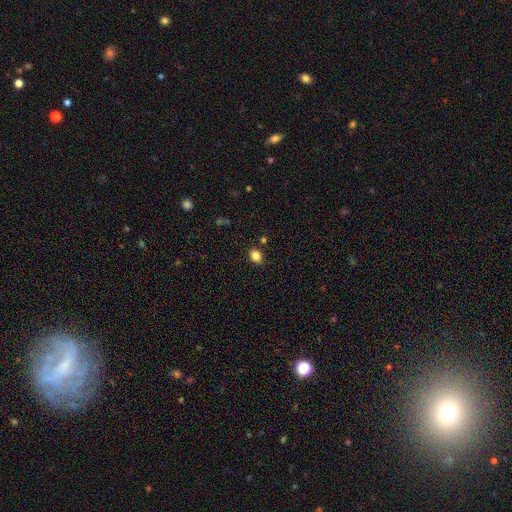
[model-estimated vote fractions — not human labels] Smooth or featured? smooth (84%)
How rounded? in between (60%)
Merging? none (86%)